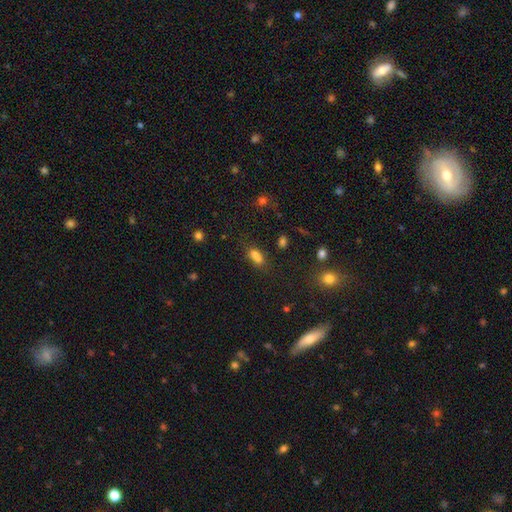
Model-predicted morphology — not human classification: This is likely a smooth galaxy (71%). How rounded: likely in between (73%). Merging: marginally none (42%).